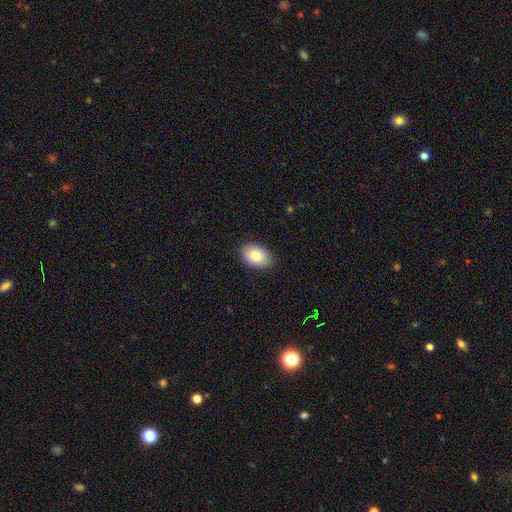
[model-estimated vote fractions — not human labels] A smooth galaxy with no disk features (83%) that is in between round and cigar-shaped (86%).

Vote fractions:
- Smooth or featured? smooth: 83% / featured or disk: 9% / star or artifact: 7%
- How rounded? in between: 86% / round: 12% / cigar-shaped: 1%
- Merging? none: 87% / minor disturbance: 10% / major disturbance: 2% / merger: 1%